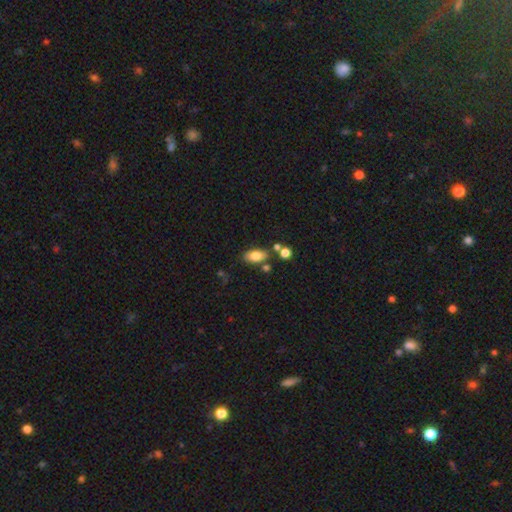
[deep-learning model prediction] A smooth galaxy with no disk features (81%) that is in between round and cigar-shaped (89%).

Vote fractions:
- Smooth or featured? smooth: 81% / featured or disk: 11% / star or artifact: 9%
- How rounded? in between: 89% / round: 6% / cigar-shaped: 5%
- Merging? none: 72% / minor disturbance: 13% / merger: 11% / major disturbance: 4%